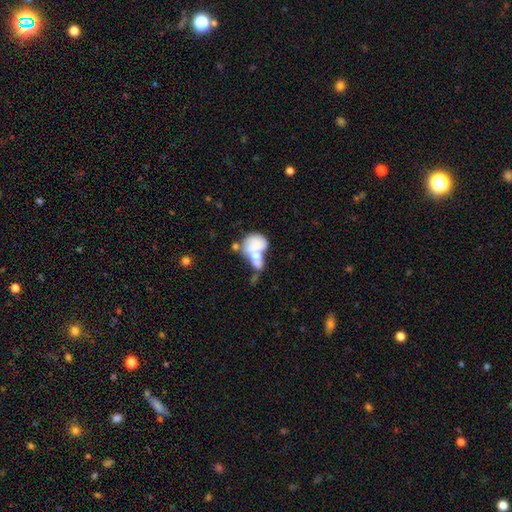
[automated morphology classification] A smooth galaxy with no disk features (56%) that is in between round and cigar-shaped (76%). Merging: merger (62%).